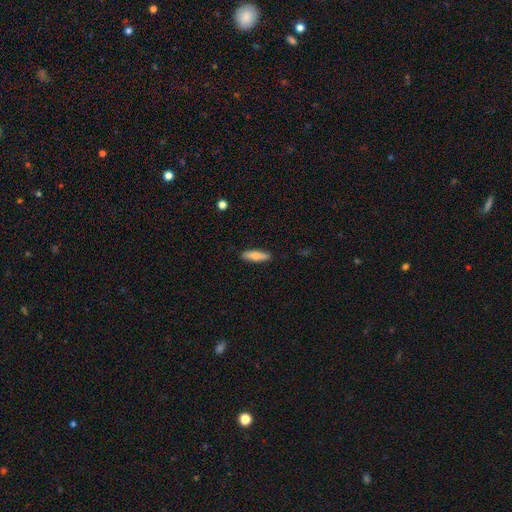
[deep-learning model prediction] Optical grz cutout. It shows a smooth galaxy with no disk features (74%) that is cigar-shaped (65%). Merging: none (89%).